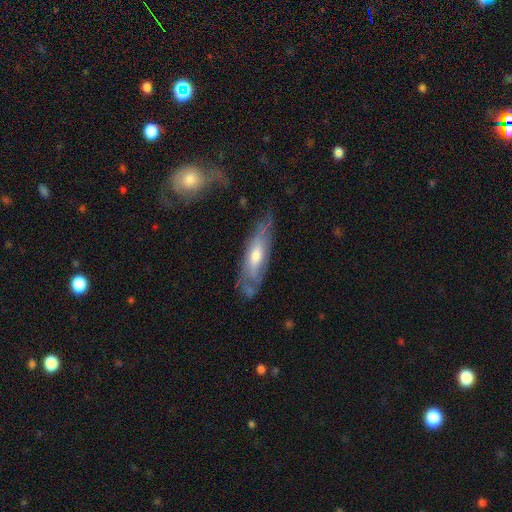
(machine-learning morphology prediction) Smooth or featured?
  - featured or disk: 52% *
  - smooth: 42%
  - star or artifact: 6%
Edge-on disk?
  - no: 58% *
  - yes: 42%
Merging?
  - none: 56% *
  - minor disturbance: 29%
  - major disturbance: 12%
  - merger: 3%